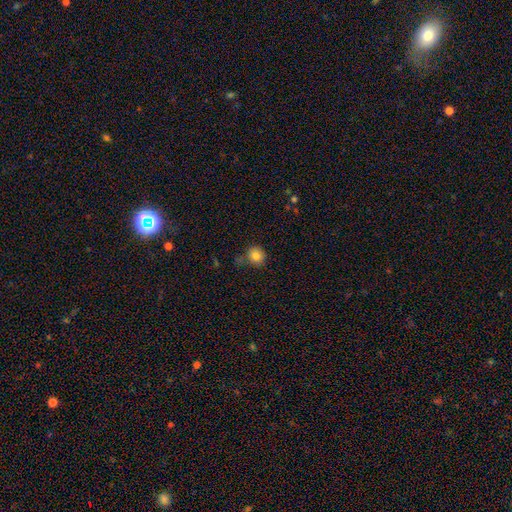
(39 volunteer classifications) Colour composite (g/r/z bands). It shows a smooth galaxy with no disk features (87%) that is round (97%). Merging: none (69%).